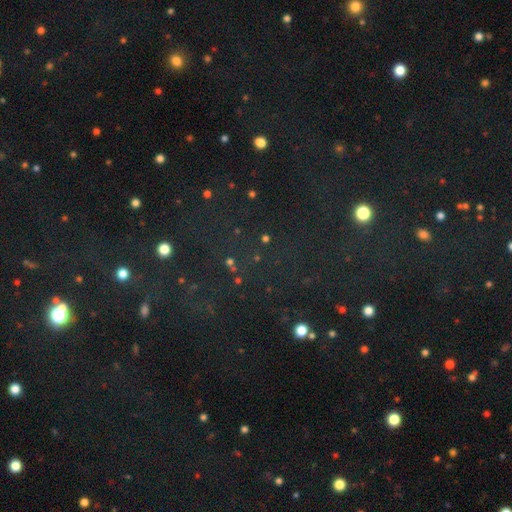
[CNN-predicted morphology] Smooth or featured?
  - star or artifact: 73% *
  - smooth: 18%
  - featured or disk: 9%